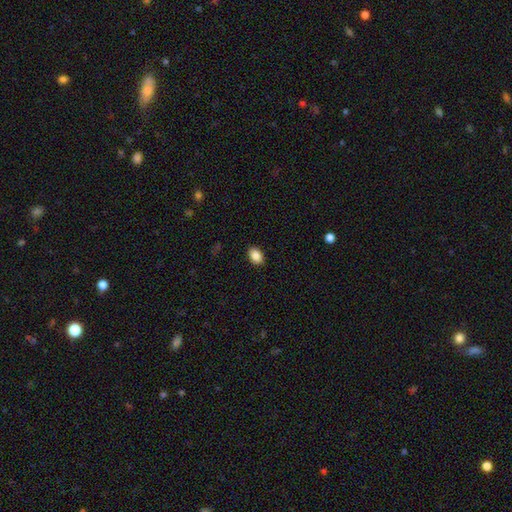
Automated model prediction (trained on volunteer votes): smooth 87%, star or artifact 8%, featured or disk 5%. Down the decision tree: how rounded — in between (86%); merging — none (89%).